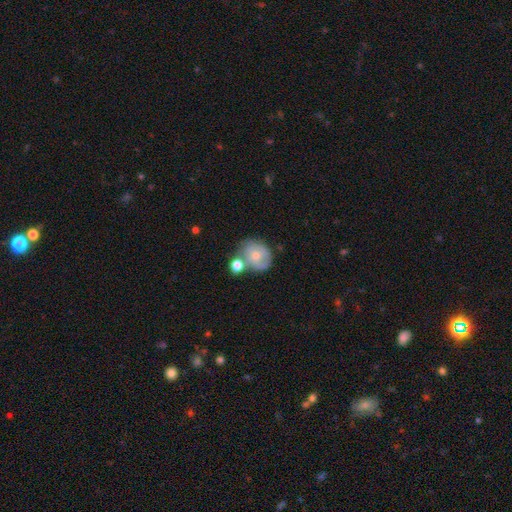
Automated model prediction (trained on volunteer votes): Q: Smooth or featured?
A: smooth (57%); runner-up: featured or disk (35%)
Q: How rounded?
A: round (69%); runner-up: in between (30%)
Q: Merging?
A: none (44%); runner-up: merger (26%)